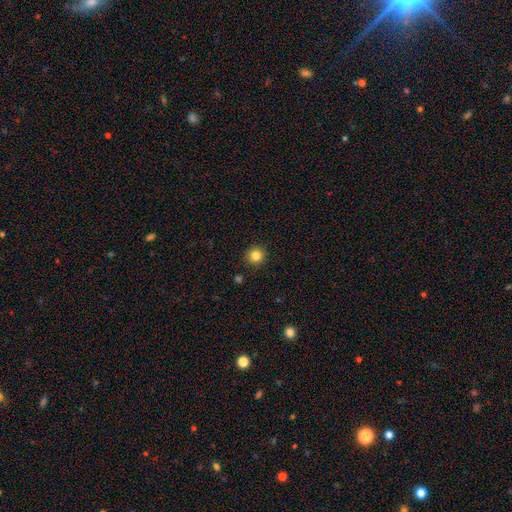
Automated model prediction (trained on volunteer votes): Smooth or featured: smooth — 83% (star or artifact — 12%)
How rounded: round — 94% (in between — 5%)
Merging: none — 91% (minor disturbance — 6%)